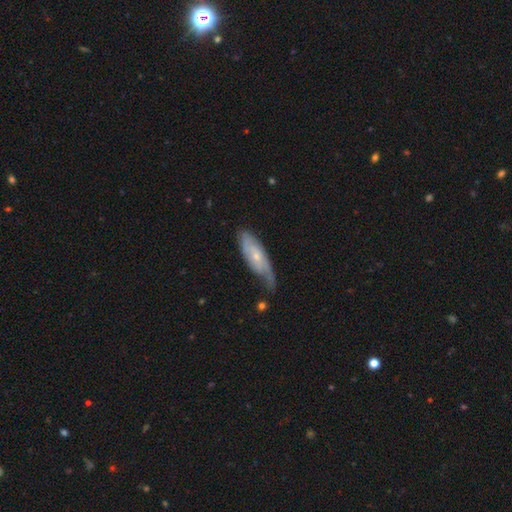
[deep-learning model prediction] featured or disk 59%, smooth 35%, star or artifact 6%. Down the decision tree: edge-on disk — no (78%); merging — none (47%).